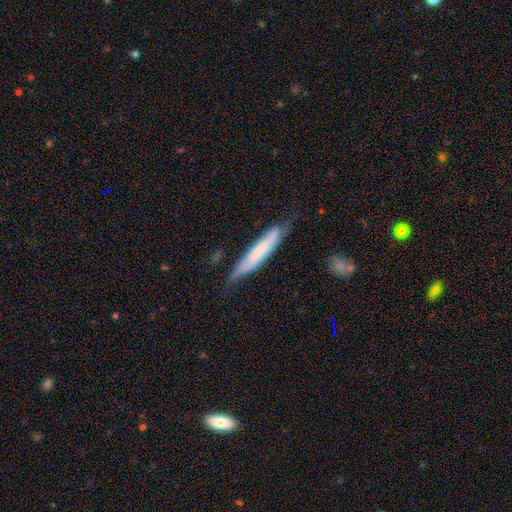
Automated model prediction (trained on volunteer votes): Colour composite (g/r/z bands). It shows a smooth galaxy with no disk features (48%). Merging: none (65%).